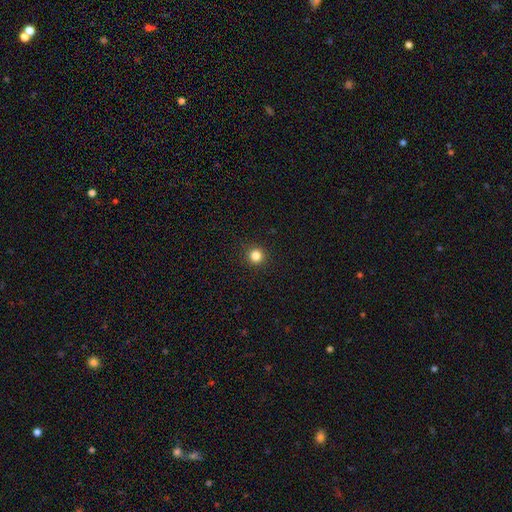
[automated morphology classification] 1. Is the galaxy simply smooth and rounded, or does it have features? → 83% smooth, 13% star or artifact, 4% featured or disk.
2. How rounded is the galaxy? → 95% round, 4% in between, 1% cigar-shaped.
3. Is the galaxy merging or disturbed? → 93% none, 5% minor disturbance, 2% major disturbance, 1% merger.